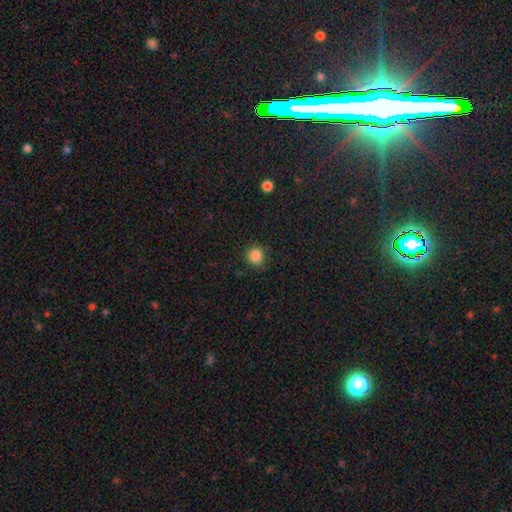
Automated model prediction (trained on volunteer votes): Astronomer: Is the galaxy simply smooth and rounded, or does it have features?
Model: smooth — 86%.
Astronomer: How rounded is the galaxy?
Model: round — 91%.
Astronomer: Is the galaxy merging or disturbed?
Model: none — 88%.